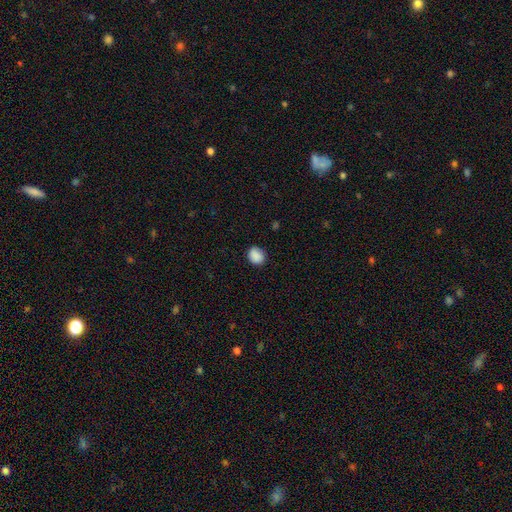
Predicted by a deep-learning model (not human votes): Smooth or featured? smooth (89%)
How rounded? round (63%)
Merging? none (84%)